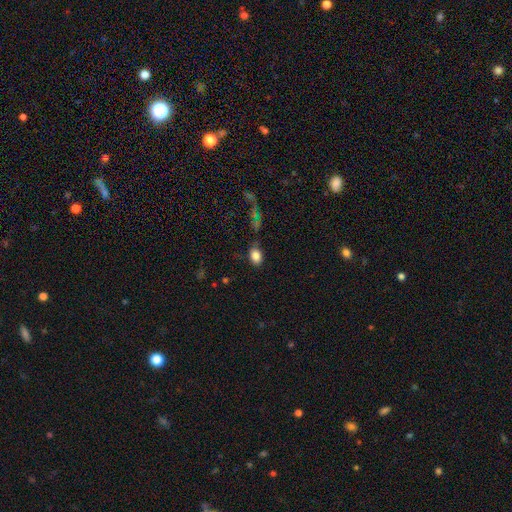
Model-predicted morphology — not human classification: Smooth or featured: smooth — 84% (star or artifact — 9%)
How rounded: in between — 78% (round — 20%)
Merging: none — 74% (minor disturbance — 17%)